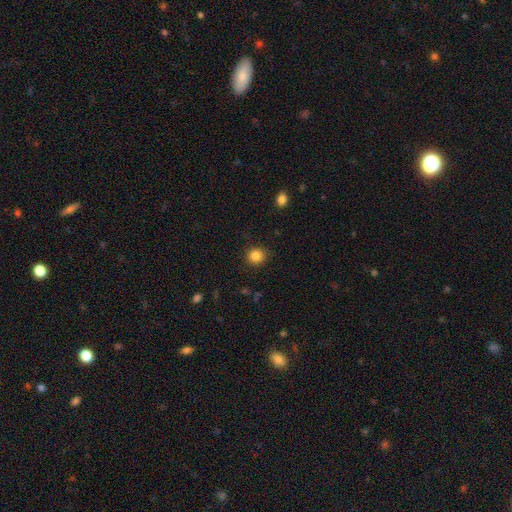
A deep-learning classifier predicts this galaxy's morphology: Smooth or featured? Predicted: smooth (p=0.85). How rounded? Predicted: round (p=0.89). Merging? Predicted: none (p=0.88).